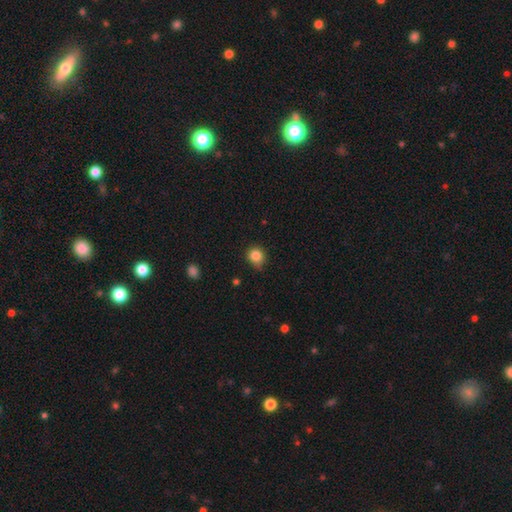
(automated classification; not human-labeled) A smooth galaxy with no disk features (84%) that is round (87%). Merging: none (73%).